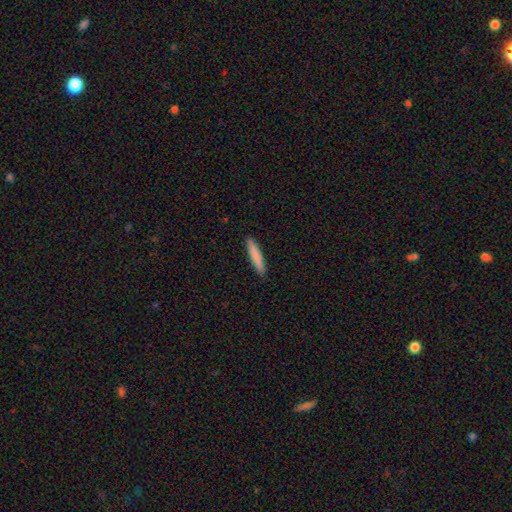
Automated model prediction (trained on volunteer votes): The model was most divided on "smooth or featured": smooth: 83%, featured or disk: 12%, star or artifact: 6%. More confident: how rounded — cigar-shaped (92%); merging — none (91%).